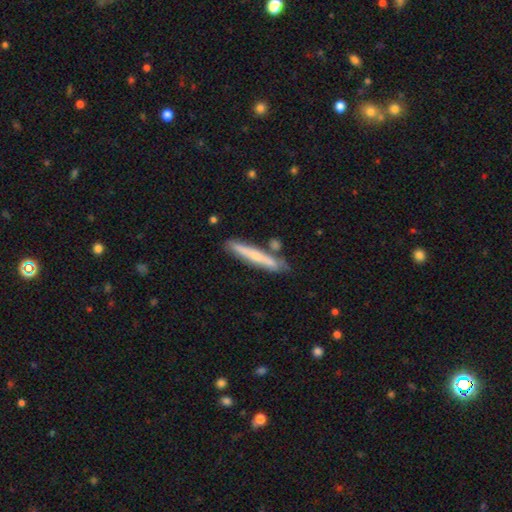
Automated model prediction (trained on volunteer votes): A smooth galaxy with no disk features (53%) that is cigar-shaped (94%). Merging: none (75%).